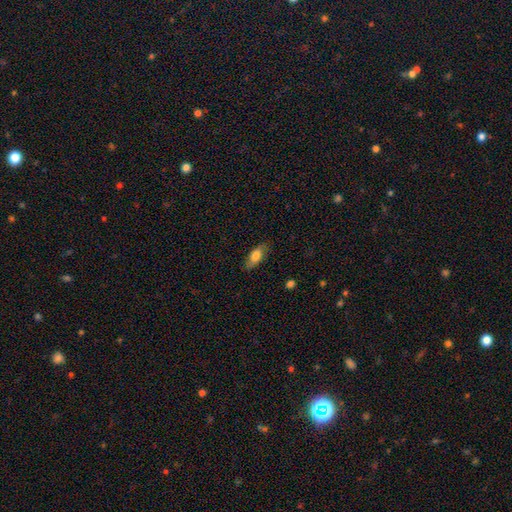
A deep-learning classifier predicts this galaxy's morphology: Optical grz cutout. It shows a smooth galaxy with no disk features (74%) that is in between round and cigar-shaped (78%). Merging: none (81%).